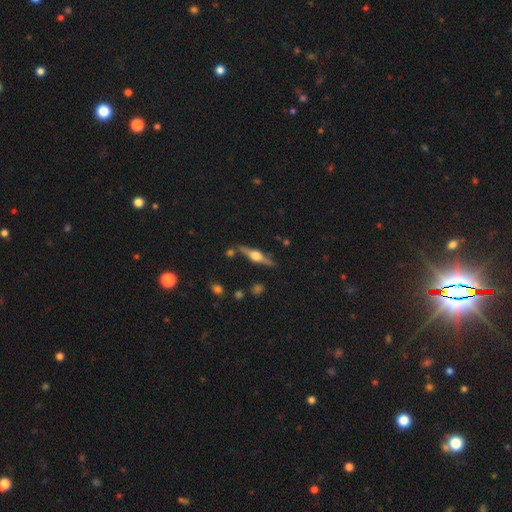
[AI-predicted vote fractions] featured or disk 76%, smooth 18%, star or artifact 6%. Down the decision tree: edge-on disk — yes (97%); edge-on bulge — rounded (94%); merging — none (84%).